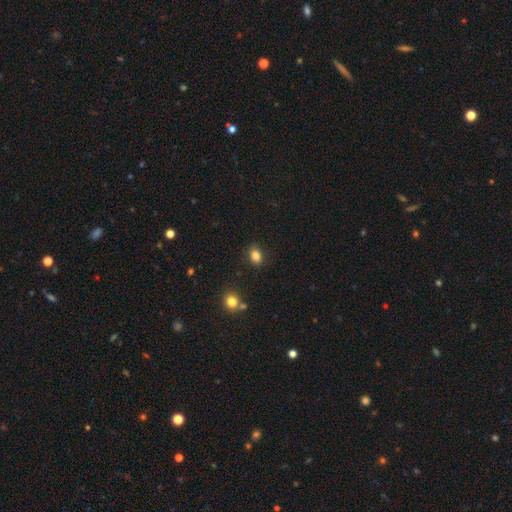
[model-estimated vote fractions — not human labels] Overall: smooth (84%). How rounded: in between (64%; round 35%). Merging: none (86%).